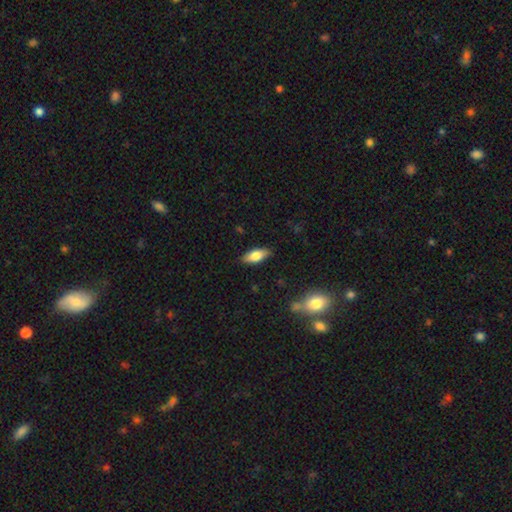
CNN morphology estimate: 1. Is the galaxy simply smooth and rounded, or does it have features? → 73% smooth, 21% featured or disk, 7% star or artifact.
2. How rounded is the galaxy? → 80% in between, 18% cigar-shaped, 3% round.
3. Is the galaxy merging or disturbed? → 85% none, 11% minor disturbance, 2% major disturbance, 1% merger.